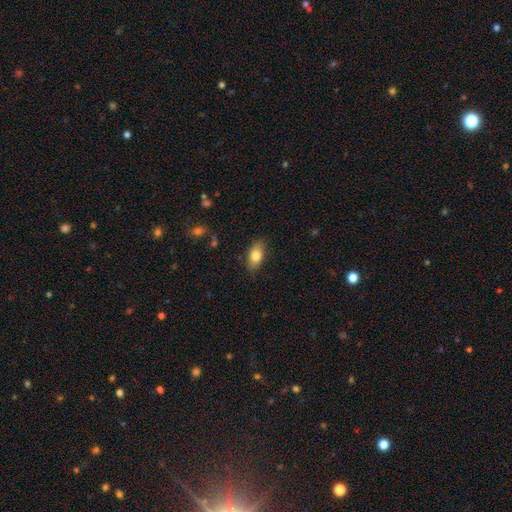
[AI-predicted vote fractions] Smooth or featured: smooth — 80% (featured or disk — 13%)
How rounded: in between — 88% (round — 7%)
Merging: none — 82% (minor disturbance — 14%)